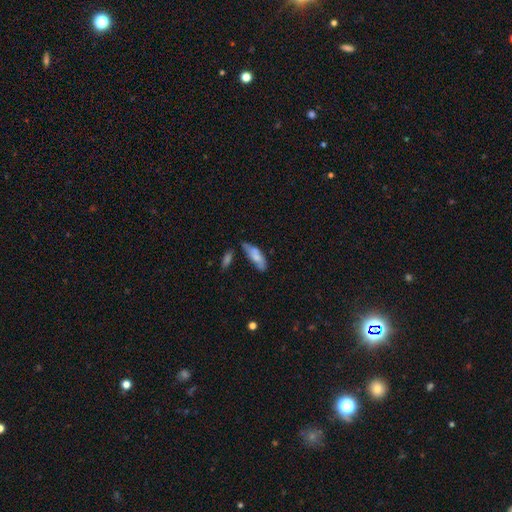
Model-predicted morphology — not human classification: type=smooth (73%); roundness=in between (61%); merging=none (45%).